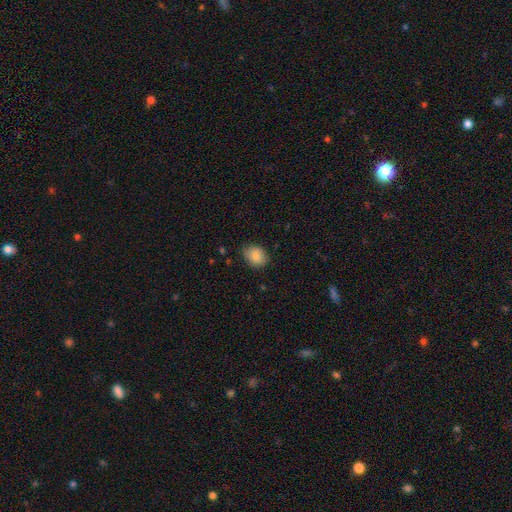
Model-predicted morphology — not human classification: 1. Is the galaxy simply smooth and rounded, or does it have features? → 86% smooth, 8% star or artifact, 6% featured or disk.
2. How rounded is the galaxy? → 58% in between, 41% round, 1% cigar-shaped.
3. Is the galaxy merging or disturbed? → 80% none, 16% minor disturbance, 3% major disturbance, 1% merger.